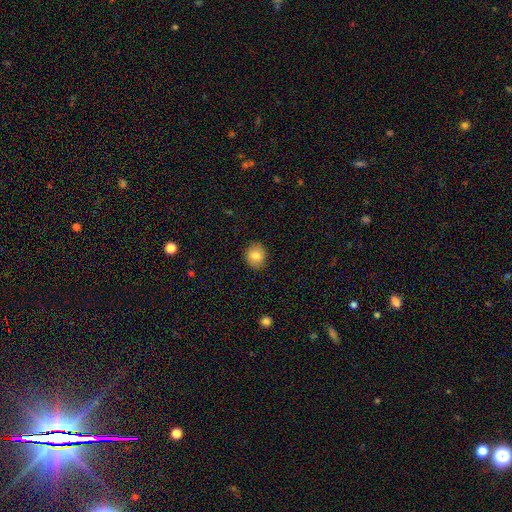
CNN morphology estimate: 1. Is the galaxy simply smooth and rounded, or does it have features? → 83% smooth, 9% star or artifact, 9% featured or disk.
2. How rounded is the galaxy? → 76% round, 23% in between, 1% cigar-shaped.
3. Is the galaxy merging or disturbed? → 89% none, 8% minor disturbance, 2% major disturbance, 1% merger.